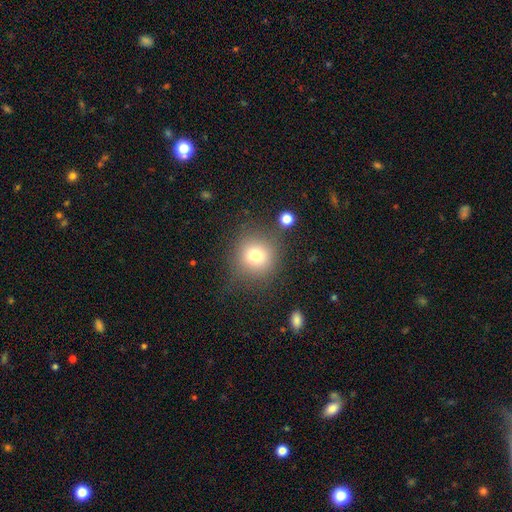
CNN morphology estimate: smooth 75%, star or artifact 13%, featured or disk 11%. Down the decision tree: how rounded — round (91%); merging — none (77%).